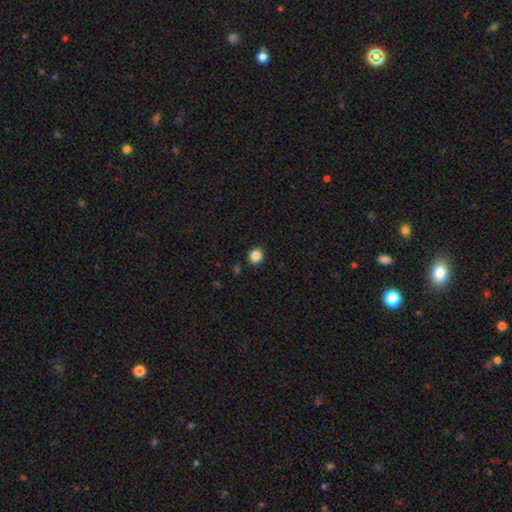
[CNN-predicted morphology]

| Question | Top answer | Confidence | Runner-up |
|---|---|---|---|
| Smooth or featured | smooth | 86% | star or artifact (11%) |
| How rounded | round | 86% | in between (13%) |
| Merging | none | 92% | minor disturbance (5%) |